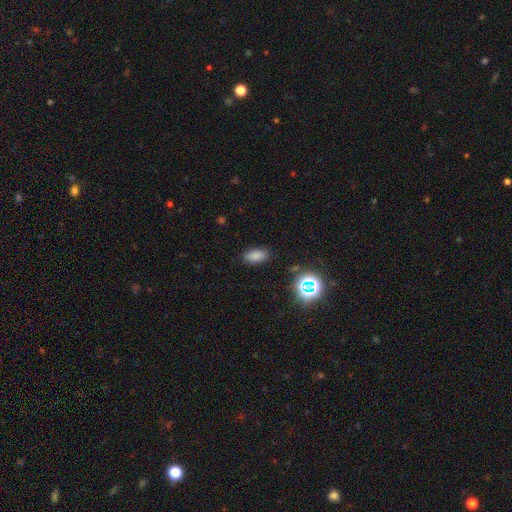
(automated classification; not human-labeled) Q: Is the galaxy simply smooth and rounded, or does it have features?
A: smooth — 78%.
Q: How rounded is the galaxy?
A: in between — 90%.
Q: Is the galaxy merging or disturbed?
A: none — 85%.